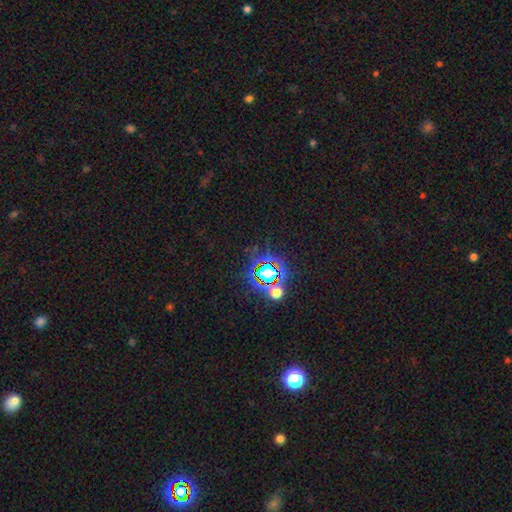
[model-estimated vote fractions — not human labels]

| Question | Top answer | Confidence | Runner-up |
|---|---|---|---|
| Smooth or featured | star or artifact | 77% | smooth (16%) |